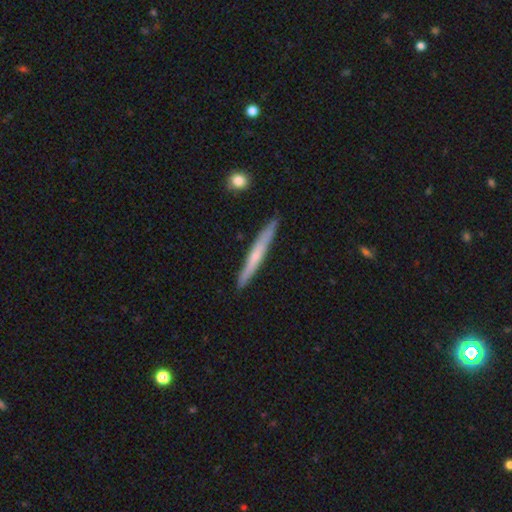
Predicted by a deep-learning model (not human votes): Smooth or featured? featured or disk (49%)
Merging? none (89%)